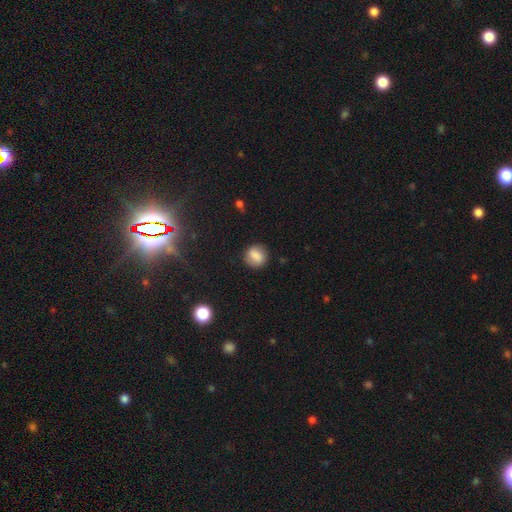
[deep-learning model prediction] The model was most divided on "how rounded": round: 75%, in between: 24%, cigar-shaped: 1%. More confident: merging — none (83%); smooth or featured — smooth (81%).